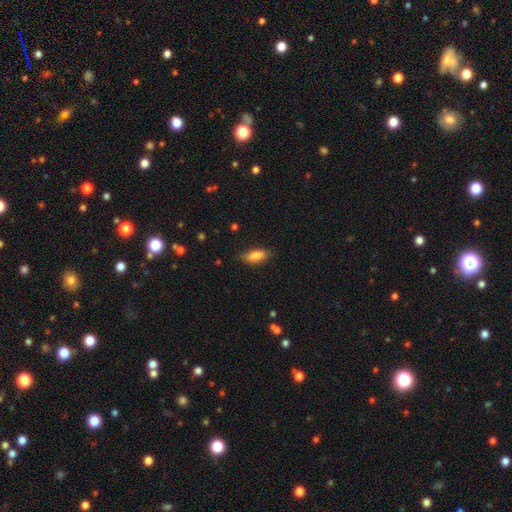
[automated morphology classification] Smooth or featured? smooth (85%)
How rounded? in between (80%)
Merging? none (78%)